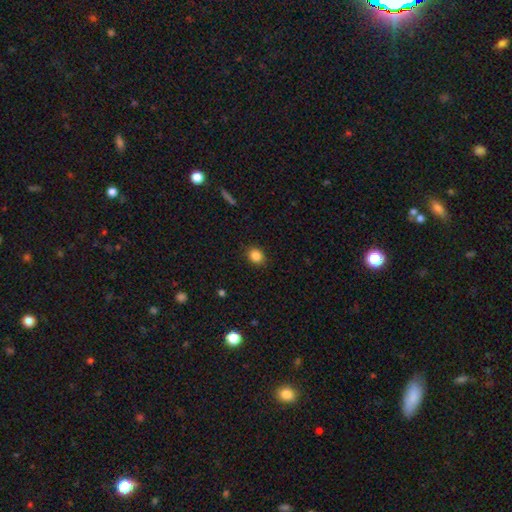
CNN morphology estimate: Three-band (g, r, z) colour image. It shows a smooth galaxy with no disk features (85%) that is round (61%). Merging: none (89%).